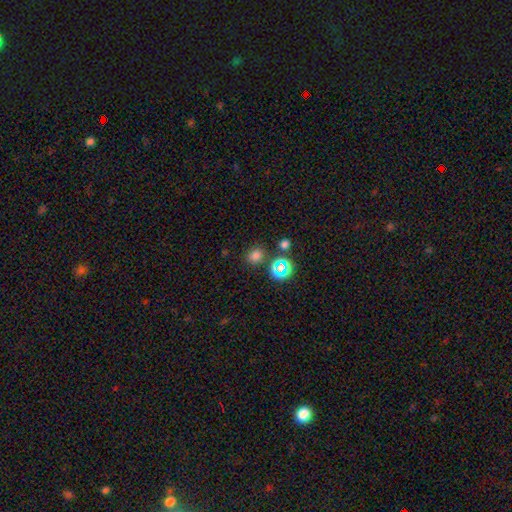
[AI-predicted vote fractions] This appears to be a smooth galaxy with no disk features (70%) that is round (67%). Merging: none (80%).